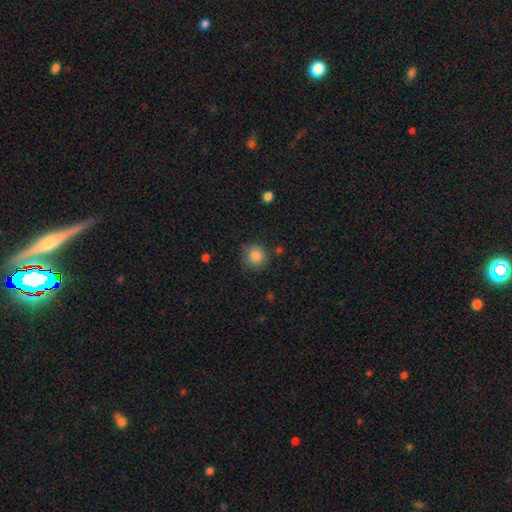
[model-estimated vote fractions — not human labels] smooth 85%, star or artifact 9%, featured or disk 6%. Down the decision tree: how rounded — round (89%); merging — none (75%).